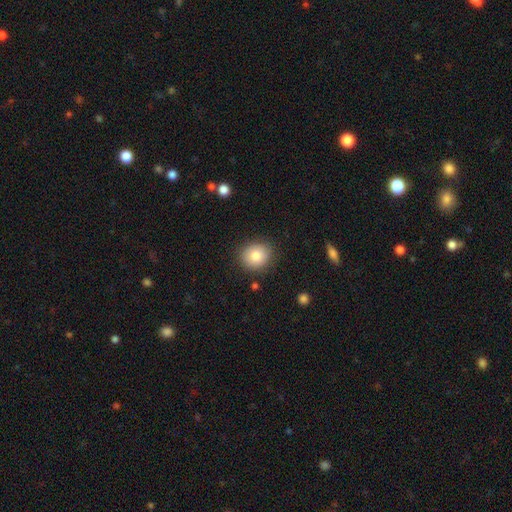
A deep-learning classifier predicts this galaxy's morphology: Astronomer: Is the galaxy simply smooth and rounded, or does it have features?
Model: smooth — 81%.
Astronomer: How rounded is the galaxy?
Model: round — 79%.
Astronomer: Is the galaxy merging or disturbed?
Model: none — 87%.